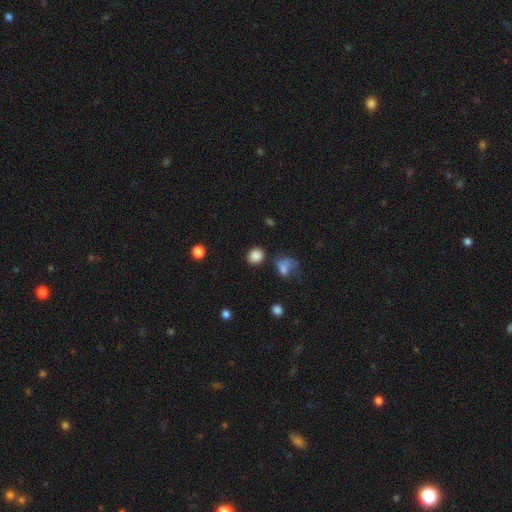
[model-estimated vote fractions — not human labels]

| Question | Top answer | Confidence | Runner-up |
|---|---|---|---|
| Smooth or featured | smooth | 85% | star or artifact (11%) |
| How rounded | round | 67% | in between (32%) |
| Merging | none | 77% | minor disturbance (12%) |